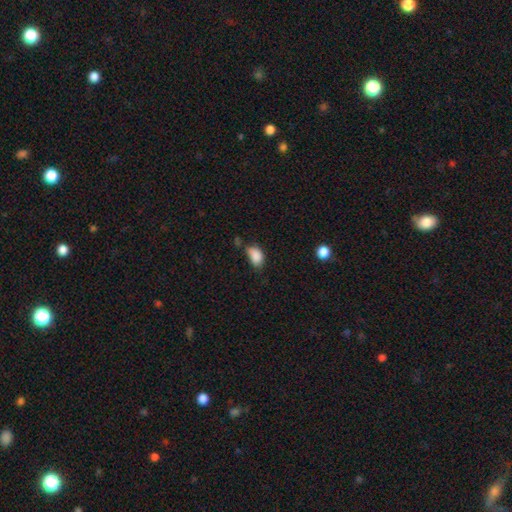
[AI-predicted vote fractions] Smooth or featured: smooth — 85% (star or artifact — 9%)
How rounded: in between — 84% (round — 14%)
Merging: none — 42% (minor disturbance — 37%)